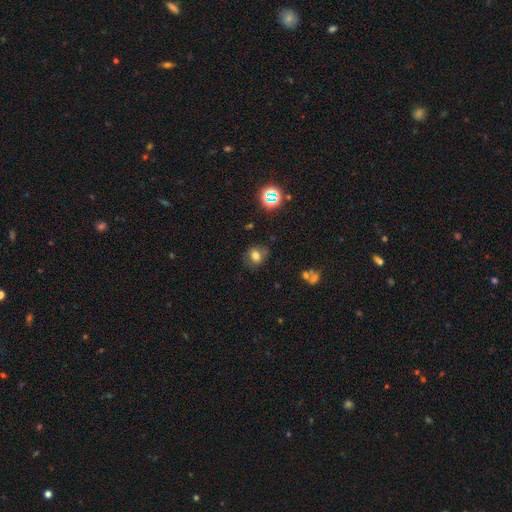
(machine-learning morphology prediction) Overall: smooth (70%). How rounded: round (58%; in between 41%). Merging: none (75%).